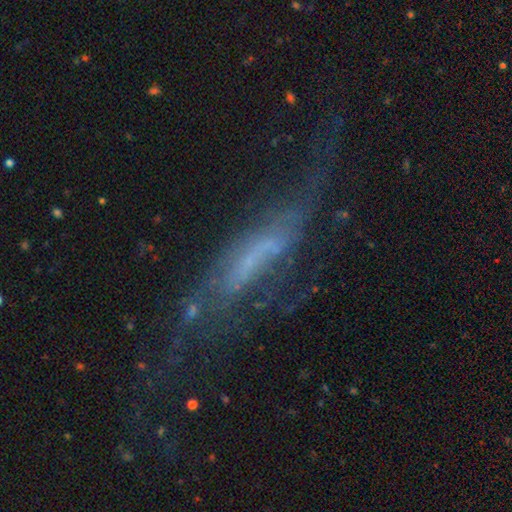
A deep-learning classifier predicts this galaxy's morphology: Smooth or featured: featured or disk — 66% (smooth — 20%)
Edge-on disk: no — 58% (yes — 42%)
Merging: none — 42% (major disturbance — 33%)